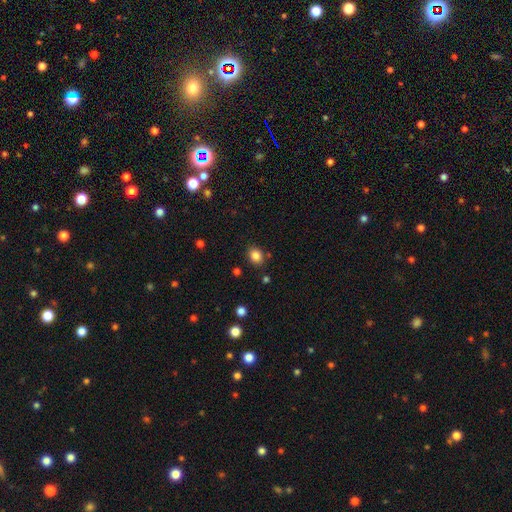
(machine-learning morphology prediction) The model was most divided on "how rounded": round: 50%, in between: 49%, cigar-shaped: 1%. More confident: smooth or featured — smooth (84%); merging — none (83%).